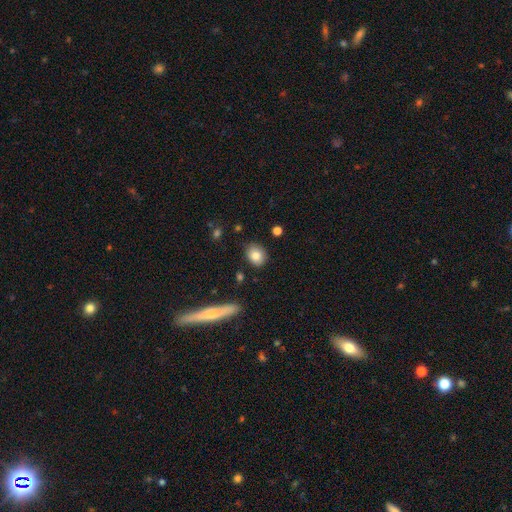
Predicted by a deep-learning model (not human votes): A smooth galaxy with no disk features (82%) that is round (51%). Merging: none (83%).